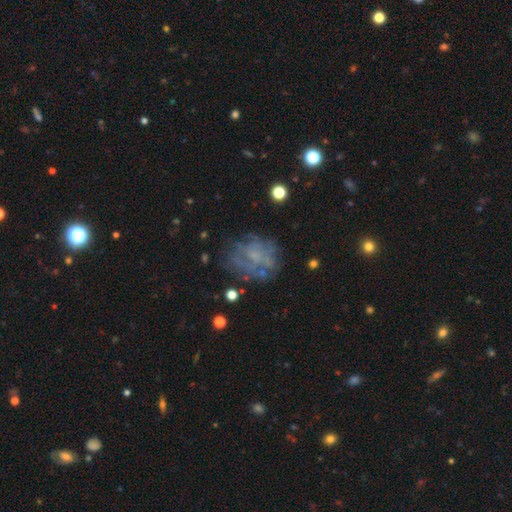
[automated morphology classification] Smooth or featured?
  - featured or disk: 55% *
  - smooth: 30%
  - star or artifact: 15%
Edge-on disk?
  - no: 97% *
  - yes: 3%
Bar?
  - no: 80% *
  - weak: 17%
  - strong: 3%
Spiral arms?
  - no: 60% *
  - yes: 40%
Bulge size?
  - none: 46% *
  - small: 34%
  - moderate: 17%
  - large: 2%
  - dominant: 1%
Merging?
  - none: 60% *
  - minor disturbance: 20%
  - major disturbance: 17%
  - merger: 3%